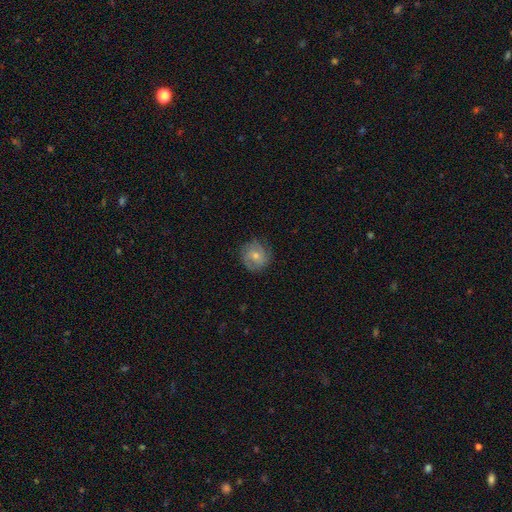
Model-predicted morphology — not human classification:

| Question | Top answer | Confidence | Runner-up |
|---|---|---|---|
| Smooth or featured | featured or disk | 55% | smooth (38%) |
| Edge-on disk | no | 97% | yes (3%) |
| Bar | no | 66% | weak (29%) |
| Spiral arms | yes | 87% | no (13%) |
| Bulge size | small | 48% | tied: moderate (48%) |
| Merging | none | 79% | minor disturbance (15%) |